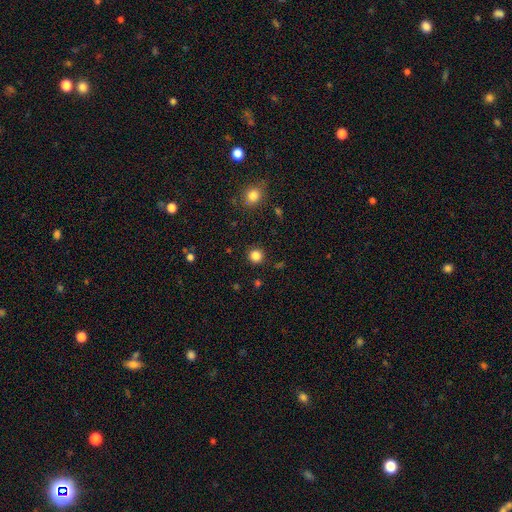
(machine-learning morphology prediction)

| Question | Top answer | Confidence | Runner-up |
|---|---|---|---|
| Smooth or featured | smooth | 84% | star or artifact (12%) |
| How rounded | round | 93% | in between (6%) |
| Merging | none | 91% | minor disturbance (6%) |